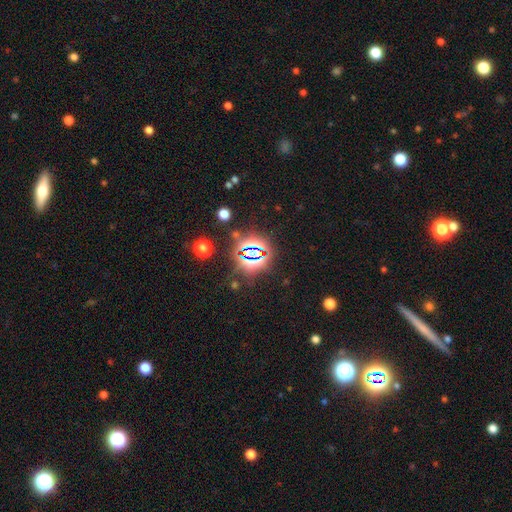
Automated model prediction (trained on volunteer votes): Smooth or featured? Predicted: star or artifact (p=0.81).